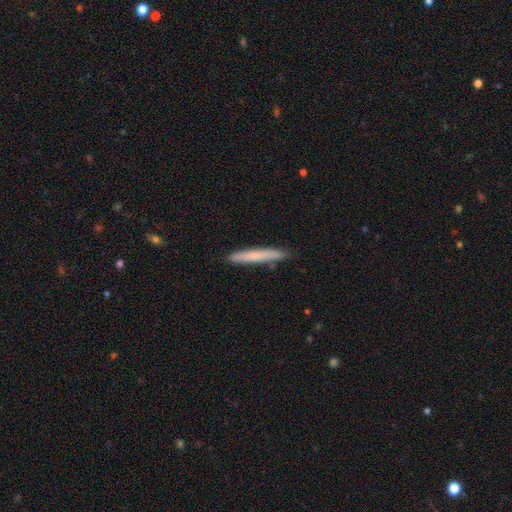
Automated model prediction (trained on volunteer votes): A smooth galaxy with no disk features (65%) that is cigar-shaped (96%).

Vote fractions:
- Smooth or featured? smooth: 65% / featured or disk: 29% / star or artifact: 6%
- How rounded? cigar-shaped: 96% / in between: 3% / round: 1%
- Merging? none: 87% / minor disturbance: 10% / merger: 2% / major disturbance: 2%